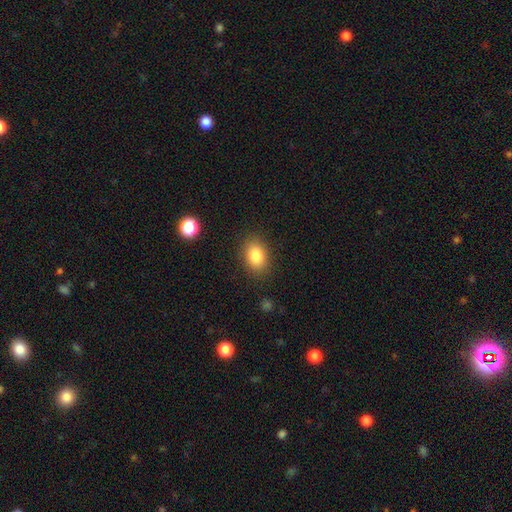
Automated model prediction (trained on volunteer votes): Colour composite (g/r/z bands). It shows a smooth galaxy with no disk features (84%) that is in between round and cigar-shaped (77%). Merging: none (86%).